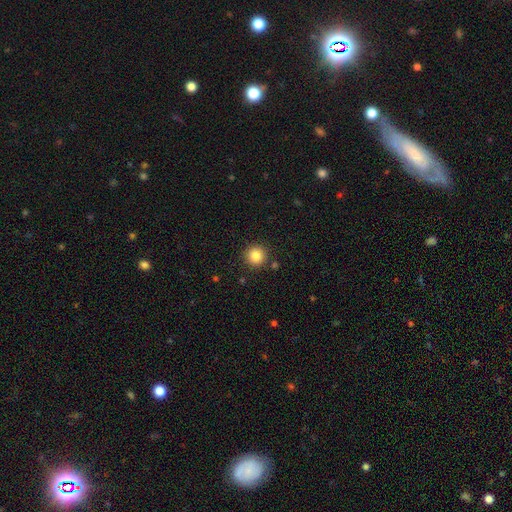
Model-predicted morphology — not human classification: This is clearly a smooth galaxy (84%). How rounded: clearly round (95%). Merging: clearly none (89%).